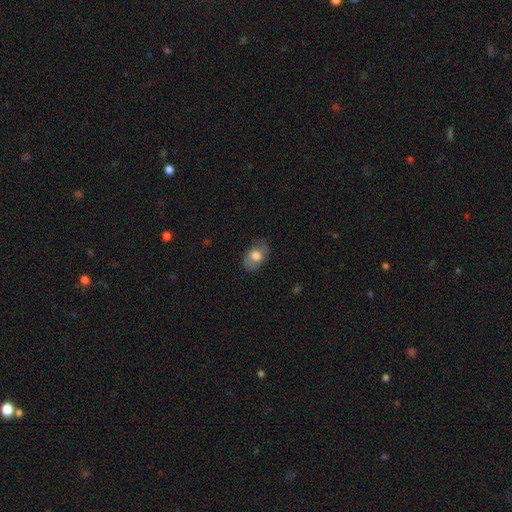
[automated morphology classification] This appears to be a smooth galaxy with no disk features (68%) that is in between round and cigar-shaped (86%). Merging: none (75%).